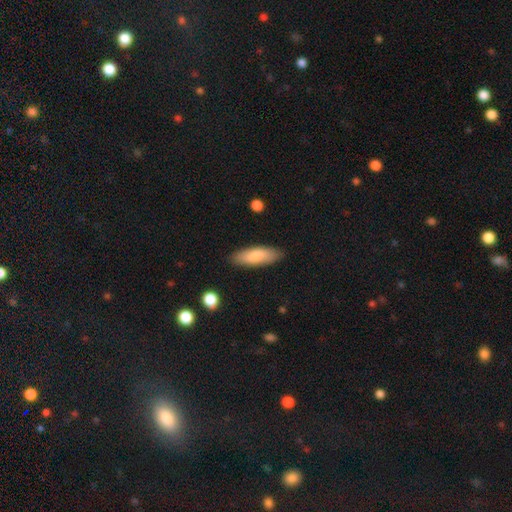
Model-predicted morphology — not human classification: Smooth or featured? smooth (83%)
How rounded? in between (54%)
Merging? none (86%)